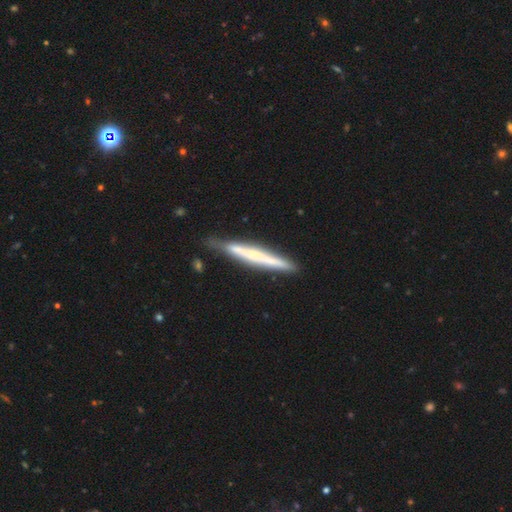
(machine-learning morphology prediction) Smooth or featured? featured or disk (51%)
Edge-on disk? yes (94%)
Merging? none (77%)